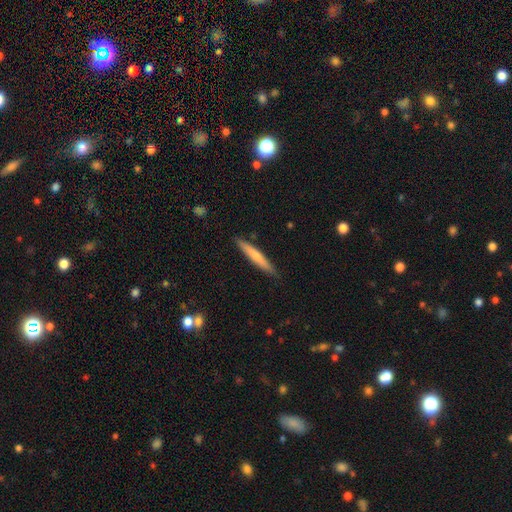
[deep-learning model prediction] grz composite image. It shows a smooth galaxy with no disk features (63%) that is cigar-shaped (94%). Merging: none (89%).